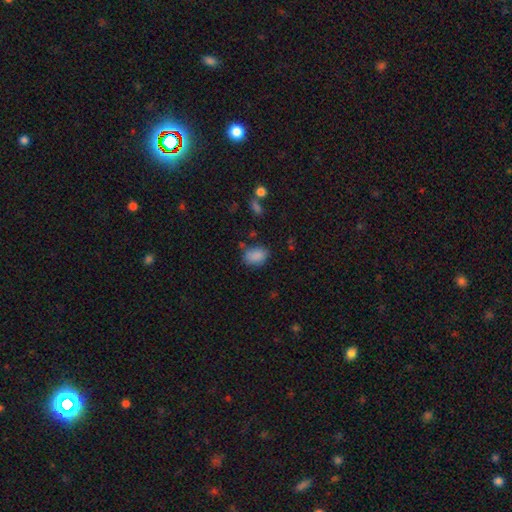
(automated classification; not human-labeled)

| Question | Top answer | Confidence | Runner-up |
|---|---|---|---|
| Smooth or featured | smooth | 86% | star or artifact (9%) |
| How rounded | in between | 79% | round (20%) |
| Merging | none | 70% | minor disturbance (20%) |